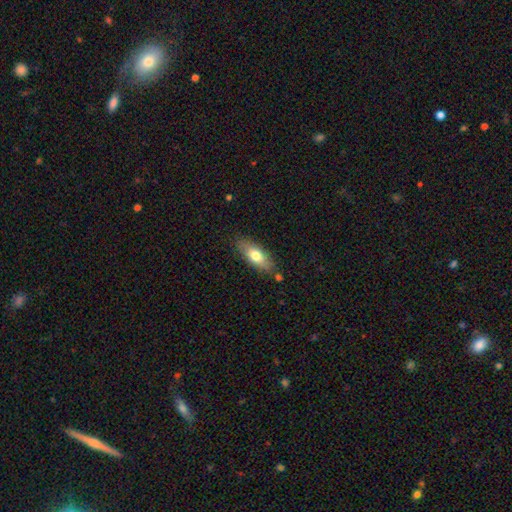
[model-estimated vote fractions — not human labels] Smooth or featured?
  - smooth: 71% *
  - featured or disk: 22%
  - star or artifact: 6%
How rounded?
  - in between: 73% *
  - cigar-shaped: 24%
  - round: 3%
Merging?
  - none: 80% *
  - minor disturbance: 14%
  - merger: 3%
  - major disturbance: 3%